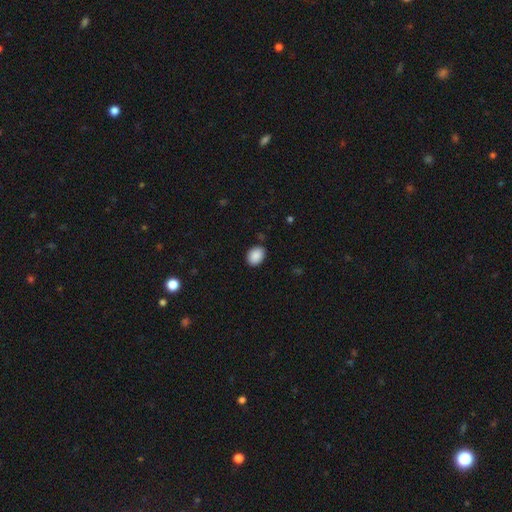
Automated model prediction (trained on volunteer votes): Morphology: type=smooth (90%); roundness=in between (68%); merging=none (86%).